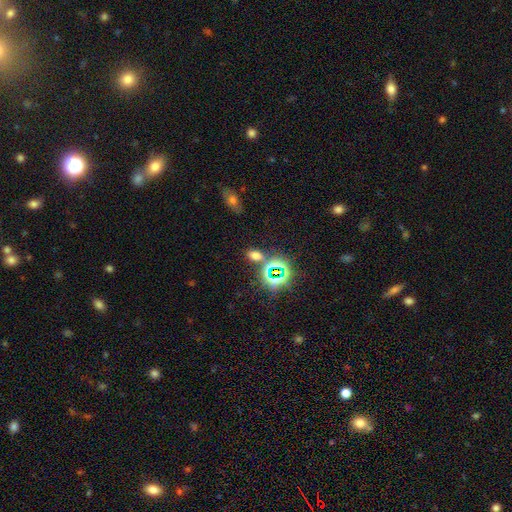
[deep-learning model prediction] Smooth or featured? smooth (57%)
How rounded? in between (76%)
Merging? none (71%)